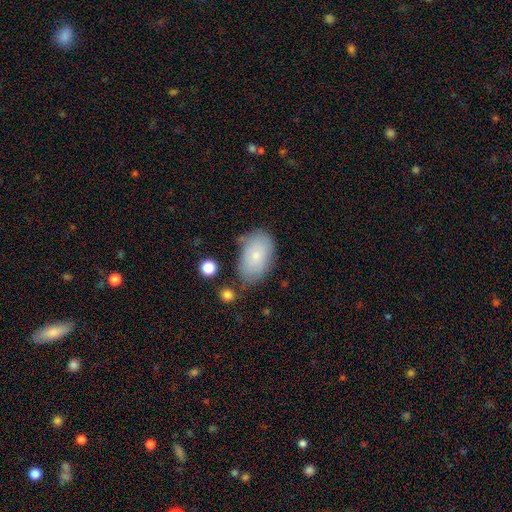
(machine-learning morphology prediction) Overall: smooth (76%). How rounded: in between (93%). Merging: none (66%).